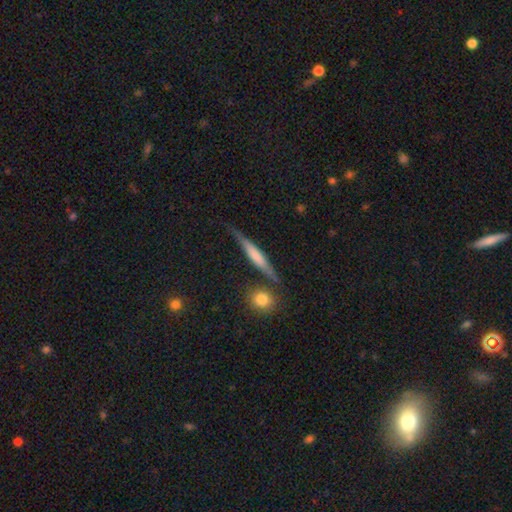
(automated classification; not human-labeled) Smooth or featured: featured or disk — 47% (tied with smooth — 47%)
Merging: none — 76% (minor disturbance — 15%)